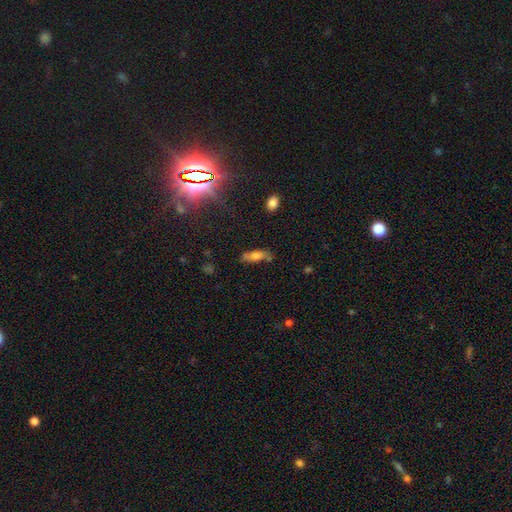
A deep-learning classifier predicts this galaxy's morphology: A smooth galaxy with no disk features (64%) that is in between round and cigar-shaped (57%). Merging: none (70%).